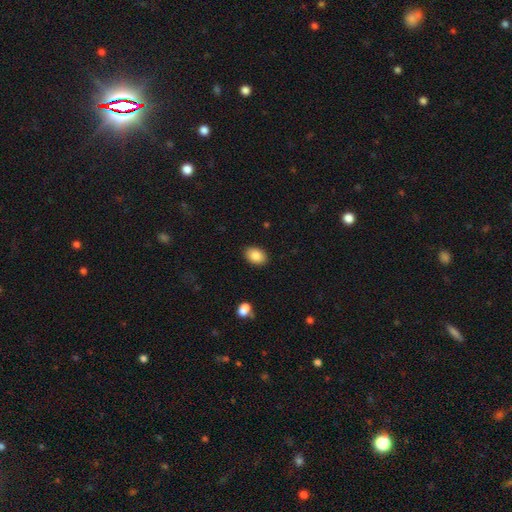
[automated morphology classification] Q: Smooth or featured?
A: smooth (87%); runner-up: star or artifact (8%)
Q: How rounded?
A: in between (81%); runner-up: round (18%)
Q: Merging?
A: none (88%); runner-up: minor disturbance (8%)